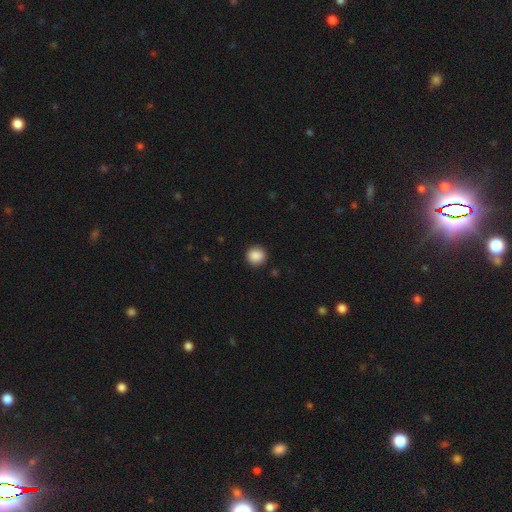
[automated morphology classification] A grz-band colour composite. It shows a smooth galaxy with no disk features (89%) that is round (92%). Merging: none (91%).